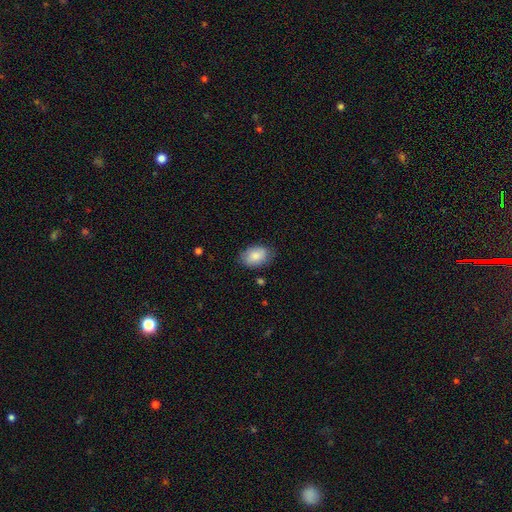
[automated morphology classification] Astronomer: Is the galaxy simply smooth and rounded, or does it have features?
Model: smooth — 85%.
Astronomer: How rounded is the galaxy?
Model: in between — 87%.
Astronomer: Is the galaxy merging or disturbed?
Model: none — 79%.